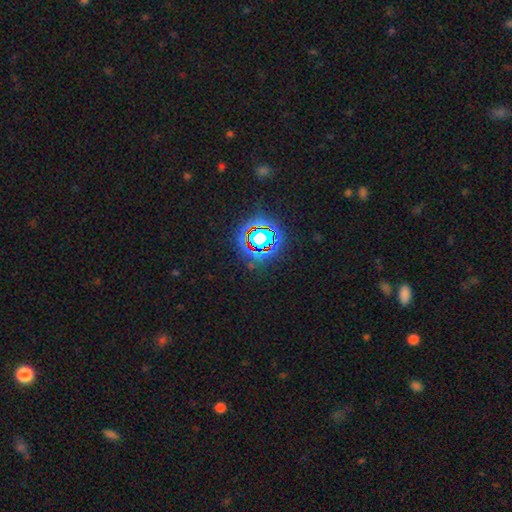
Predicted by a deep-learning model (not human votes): A star or artifact, not a galaxy (78%).